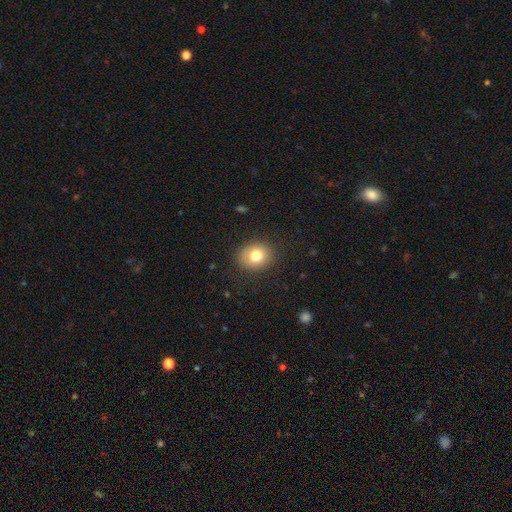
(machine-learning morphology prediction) Smooth or featured? Predicted: smooth (p=0.78). How rounded? Predicted: round (p=0.63). Merging? Predicted: none (p=0.87).